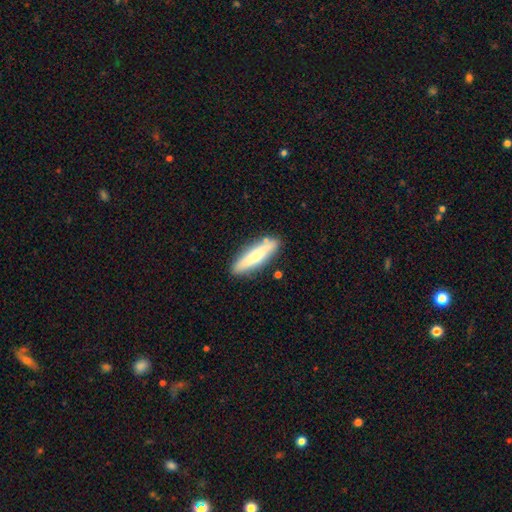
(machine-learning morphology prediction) The model was most divided on "smooth or featured": smooth: 57%, featured or disk: 37%, star or artifact: 6%. More confident: merging — none (84%); how rounded — cigar-shaped (77%).